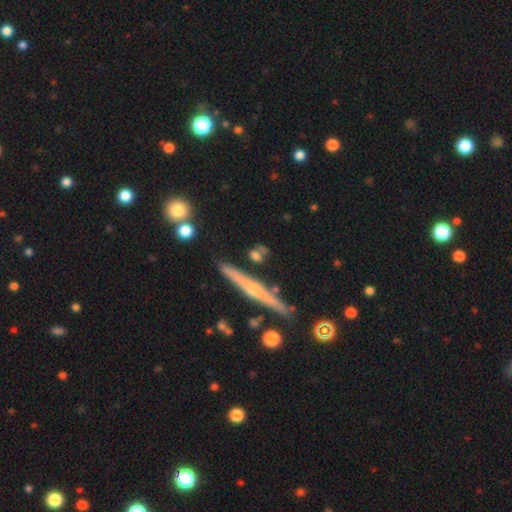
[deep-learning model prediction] The model was most divided on "how rounded": round: 41%, cigar-shaped: 37%, in between: 23%. More confident: merging — none (73%); smooth or featured — smooth (54%).